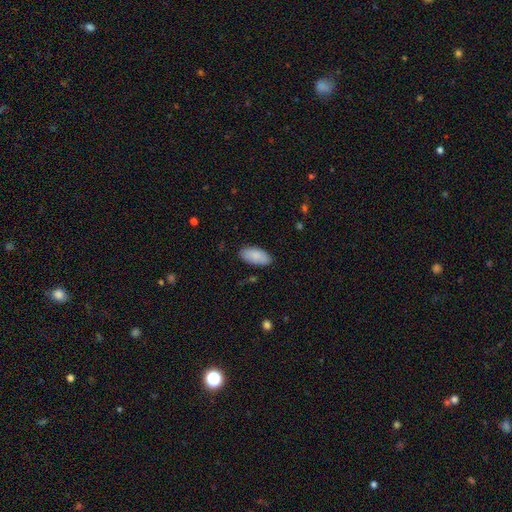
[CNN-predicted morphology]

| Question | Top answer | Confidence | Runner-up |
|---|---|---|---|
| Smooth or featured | smooth | 87% | featured or disk (7%) |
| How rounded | in between | 93% | cigar-shaped (5%) |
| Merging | none | 85% | minor disturbance (11%) |